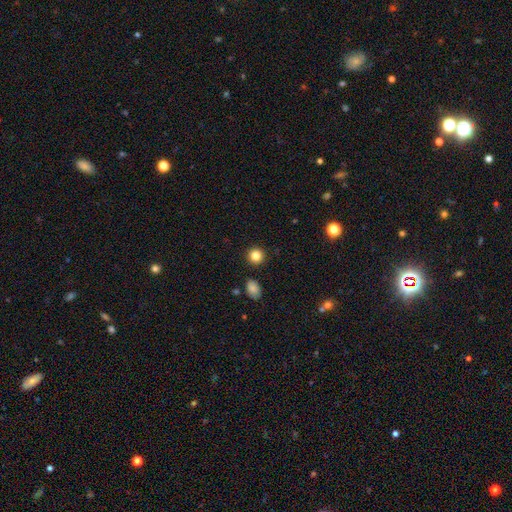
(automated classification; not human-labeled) A smooth galaxy with no disk features (84%) that is round (92%). Merging: none (91%).